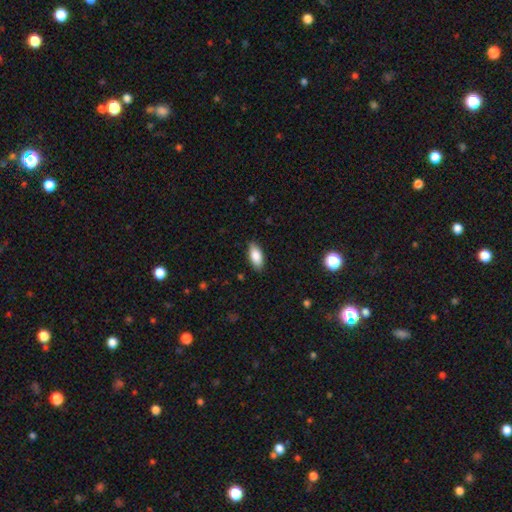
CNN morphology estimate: This is clearly a smooth galaxy (86%). How rounded: clearly in between (88%). Merging: clearly none (87%).